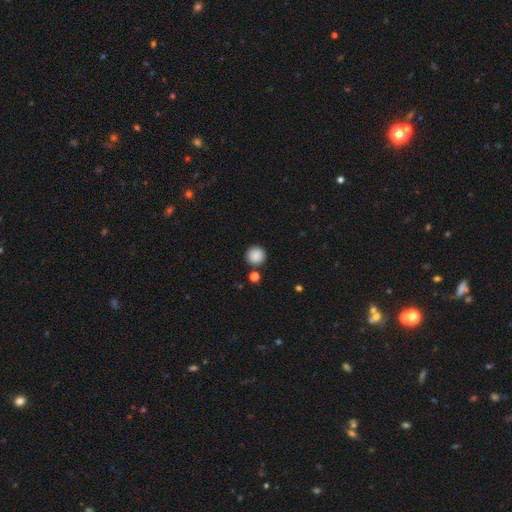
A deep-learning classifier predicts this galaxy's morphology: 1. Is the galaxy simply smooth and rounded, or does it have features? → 88% smooth, 9% star or artifact, 4% featured or disk.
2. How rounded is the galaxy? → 95% round, 4% in between, 1% cigar-shaped.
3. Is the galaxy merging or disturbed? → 87% none, 6% minor disturbance, 5% merger, 2% major disturbance.